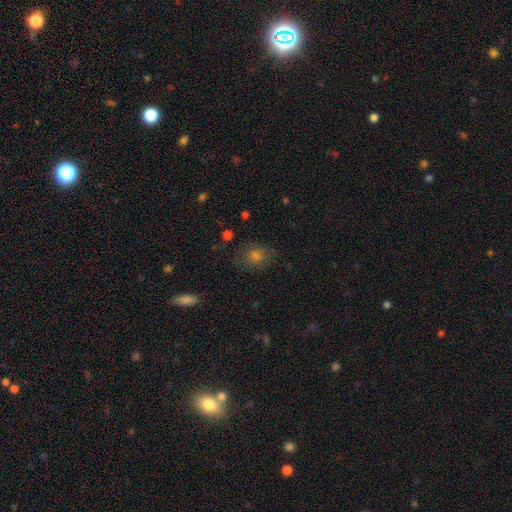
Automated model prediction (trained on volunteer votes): Smooth or featured? smooth (55%)
How rounded? round (55%)
Merging? none (75%)